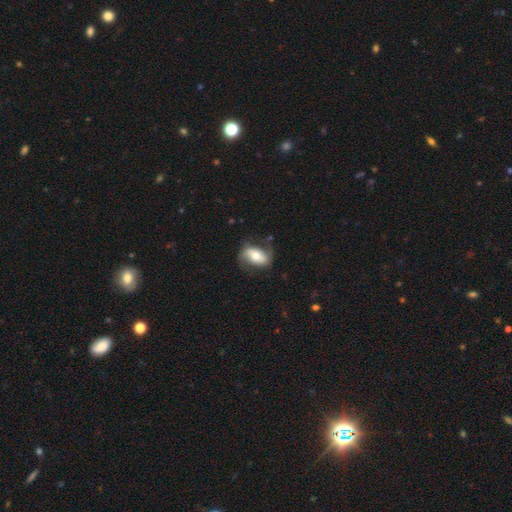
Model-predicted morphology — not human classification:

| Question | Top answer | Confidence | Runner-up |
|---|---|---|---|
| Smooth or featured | smooth | 52% | featured or disk (41%) |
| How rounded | in between | 87% | round (8%) |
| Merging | none | 67% | minor disturbance (22%) |